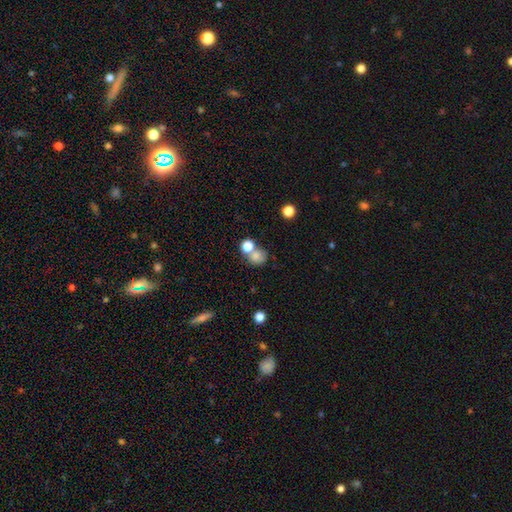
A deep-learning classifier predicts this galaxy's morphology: Smooth or featured: smooth — 74% (star or artifact — 13%)
How rounded: round — 72% (in between — 27%)
Merging: merger — 41% (none — 40%)